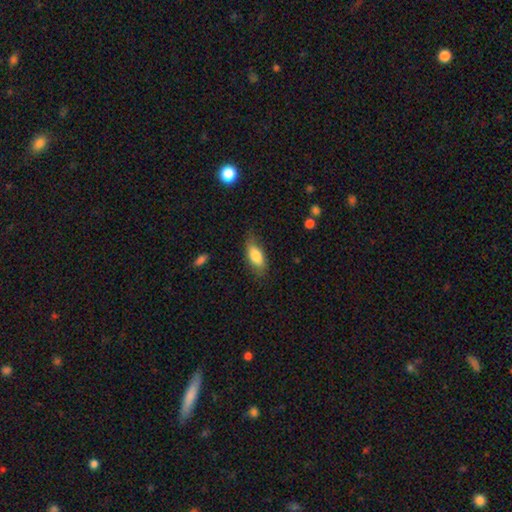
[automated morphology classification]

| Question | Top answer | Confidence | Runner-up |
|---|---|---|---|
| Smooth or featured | smooth | 81% | featured or disk (12%) |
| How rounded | in between | 83% | cigar-shaped (14%) |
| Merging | none | 71% | minor disturbance (22%) |